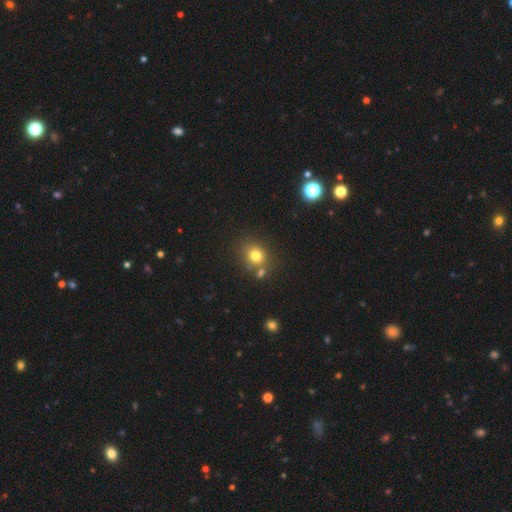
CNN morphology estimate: Smooth or featured?
  - smooth: 77% *
  - star or artifact: 14%
  - featured or disk: 9%
How rounded?
  - round: 69% *
  - in between: 30%
  - cigar-shaped: 1%
Merging?
  - none: 66% *
  - merger: 19%
  - minor disturbance: 12%
  - major disturbance: 4%